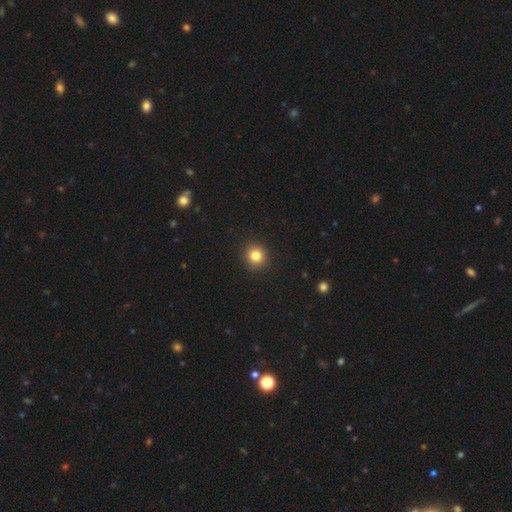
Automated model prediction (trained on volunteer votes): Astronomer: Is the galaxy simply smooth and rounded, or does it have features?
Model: smooth — 82%.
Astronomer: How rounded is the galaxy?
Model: round — 93%.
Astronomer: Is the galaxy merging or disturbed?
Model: none — 92%.